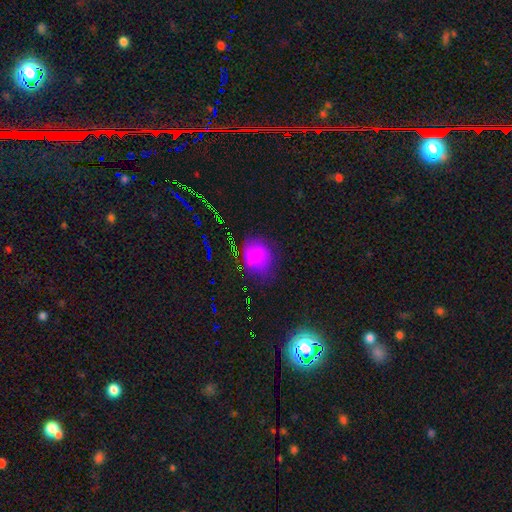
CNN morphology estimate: Overall: smooth (67%). How rounded: round (59%; in between 40%). Merging: none (65%).